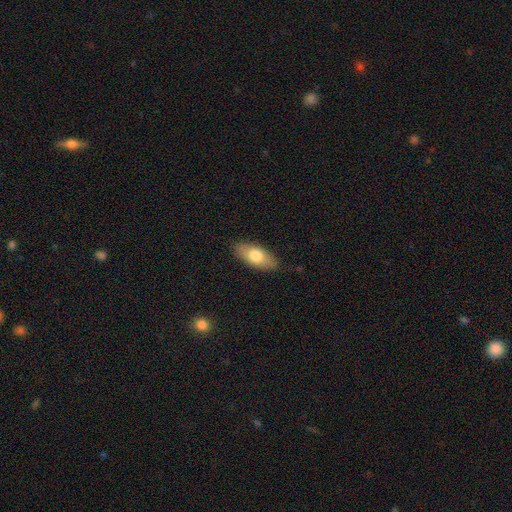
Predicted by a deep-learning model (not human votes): This is likely a smooth galaxy (74%). How rounded: clearly in between (85%). Merging: clearly none (85%).